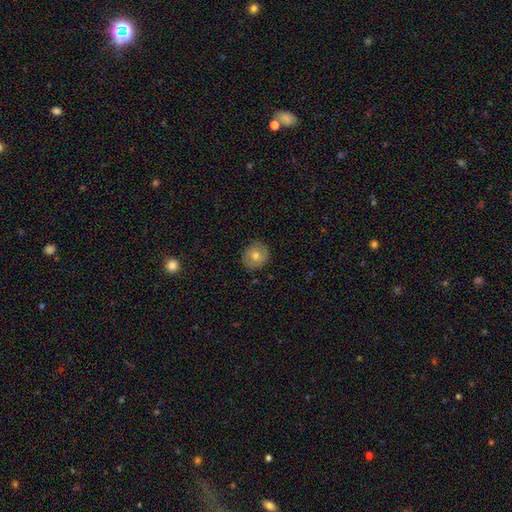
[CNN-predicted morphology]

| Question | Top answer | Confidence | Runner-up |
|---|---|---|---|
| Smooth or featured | smooth | 69% | featured or disk (22%) |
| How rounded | round | 80% | in between (19%) |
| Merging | none | 86% | minor disturbance (11%) |